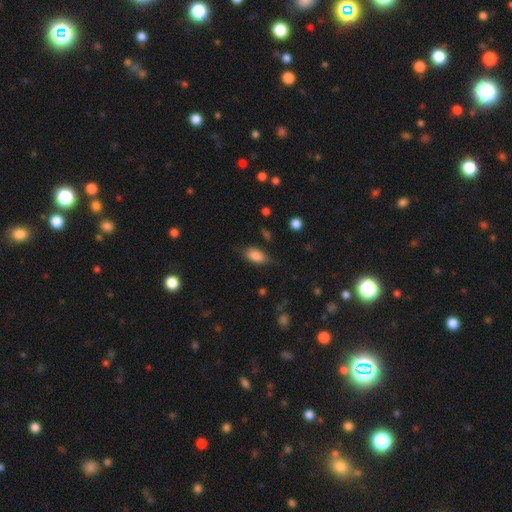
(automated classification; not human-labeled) smooth 82%, featured or disk 10%, star or artifact 8%. Down the decision tree: how rounded — in between (88%); merging — none (71%).